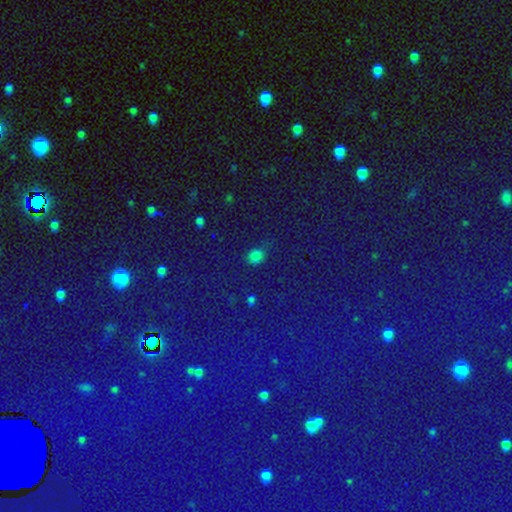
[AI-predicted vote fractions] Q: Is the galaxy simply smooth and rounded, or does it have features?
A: smooth — 64%.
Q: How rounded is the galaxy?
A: round — 63%.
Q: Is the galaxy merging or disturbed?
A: none — 78%.